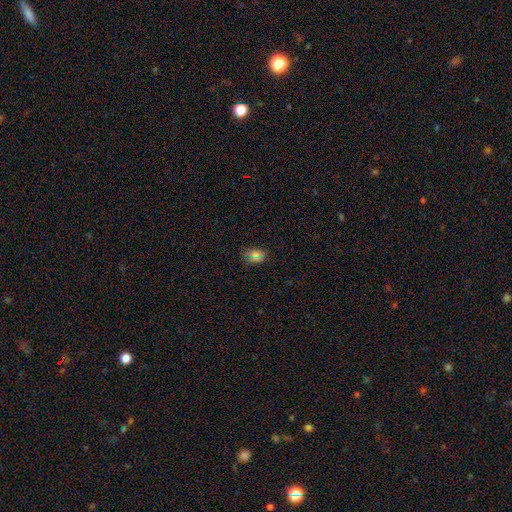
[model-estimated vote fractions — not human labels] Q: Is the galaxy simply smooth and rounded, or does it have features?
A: smooth — 66%.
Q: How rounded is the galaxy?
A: in between — 77%.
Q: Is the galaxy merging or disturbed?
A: none — 84%.